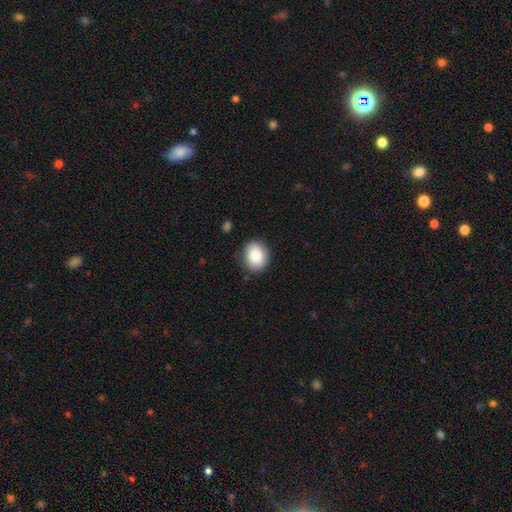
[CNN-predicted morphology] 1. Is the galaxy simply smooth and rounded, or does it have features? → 84% smooth, 9% featured or disk, 7% star or artifact.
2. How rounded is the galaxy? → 54% round, 45% in between, 1% cigar-shaped.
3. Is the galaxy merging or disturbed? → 84% none, 12% minor disturbance, 3% major disturbance, 1% merger.